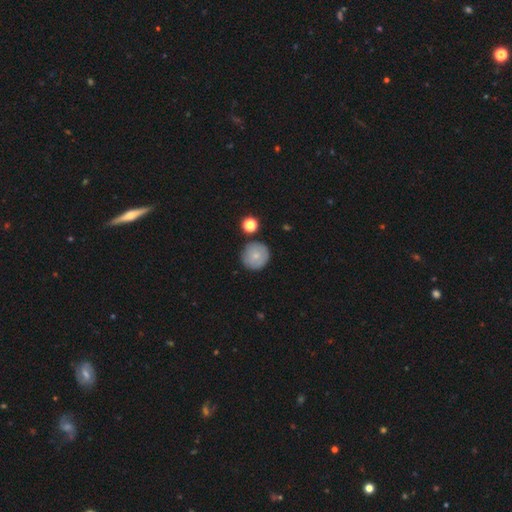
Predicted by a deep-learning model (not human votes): The model was most divided on "smooth or featured": smooth: 74%, featured or disk: 18%, star or artifact: 8%. More confident: how rounded — round (94%); merging — none (82%).